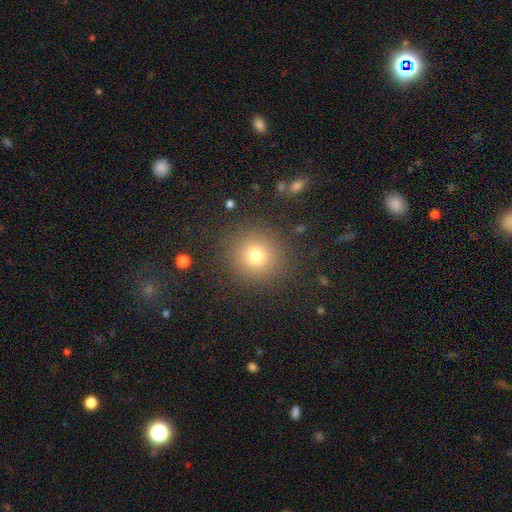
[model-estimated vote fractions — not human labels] Morphology: type=smooth (74%); roundness=round (91%); merging=none (87%).